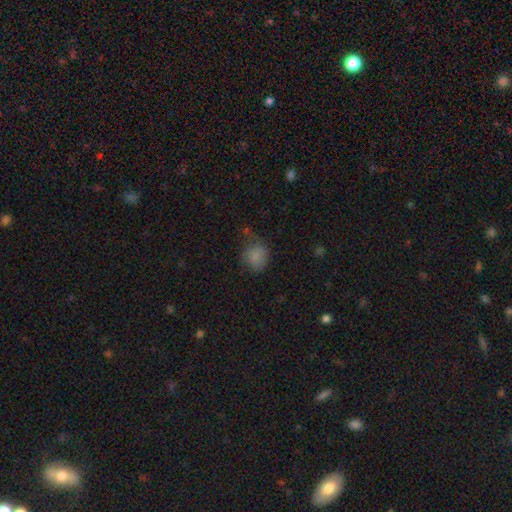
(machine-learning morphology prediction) Smooth or featured? Predicted: smooth (p=0.81). How rounded? Predicted: round (p=0.70). Merging? Predicted: none (p=0.50).